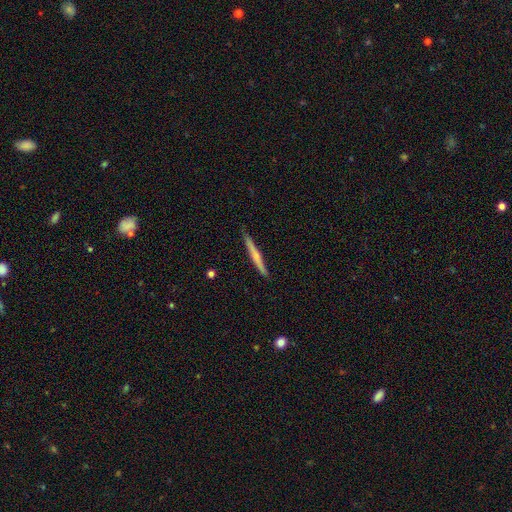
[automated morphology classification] This appears to be a featured or disk galaxy (49%). Merging: none (88%).